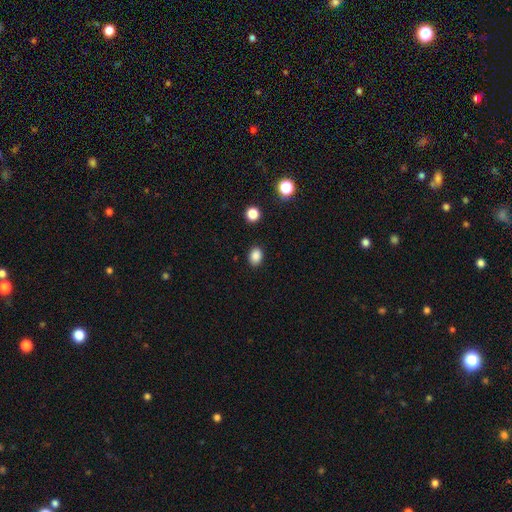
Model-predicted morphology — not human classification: Q: Smooth or featured?
A: smooth (86%); runner-up: star or artifact (10%)
Q: How rounded?
A: in between (67%); runner-up: round (32%)
Q: Merging?
A: none (88%); runner-up: minor disturbance (8%)